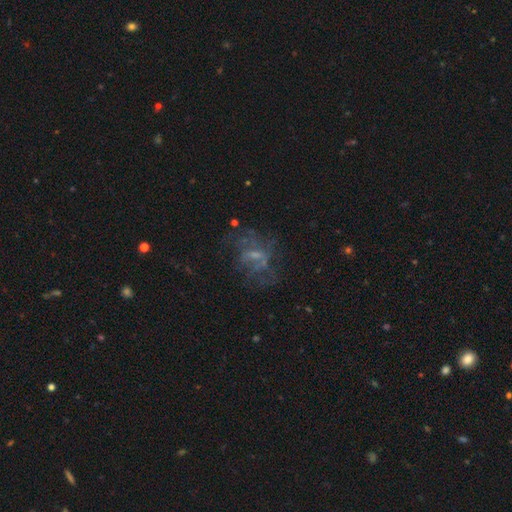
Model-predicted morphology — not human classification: A featured or disk galaxy (58%) with no bar (49%), no spiral arms (60%) and a small central bulge (46%).

Vote fractions:
- Smooth or featured? featured or disk: 58% / smooth: 22% / star or artifact: 20%
- Edge-on disk? no: 95% / yes: 5%
- Bar? no: 49% / weak: 40% / strong: 11%
- Spiral arms? no: 60% / yes: 40%
- Bulge size? small: 46% / none: 28% / moderate: 23% / large: 2% / dominant: 1%
- Merging? none: 51% / major disturbance: 29% / minor disturbance: 17% / merger: 3%